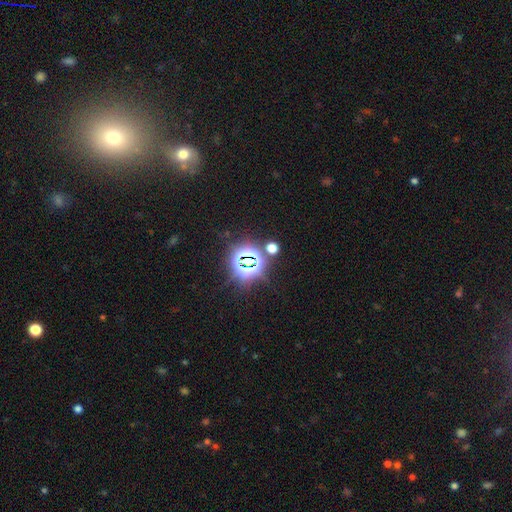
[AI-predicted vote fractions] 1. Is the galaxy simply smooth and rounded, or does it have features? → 79% star or artifact, 13% smooth, 8% featured or disk.